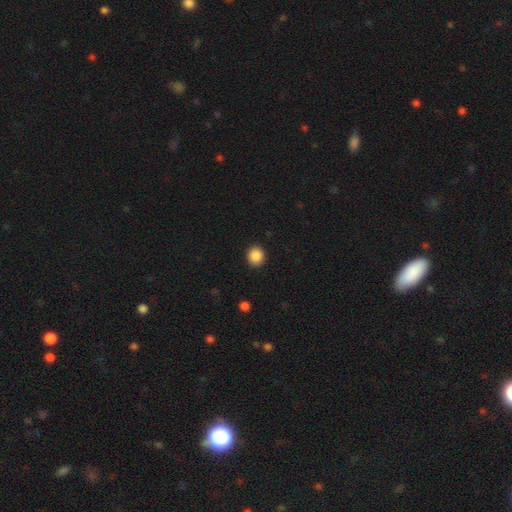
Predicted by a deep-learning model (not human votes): smooth_or_featured: smooth (p=0.88) [alt: star or artifact p=0.09]
how_rounded: round (p=0.80) [alt: in between p=0.19]
merging: none (p=0.91) [alt: minor disturbance p=0.06]